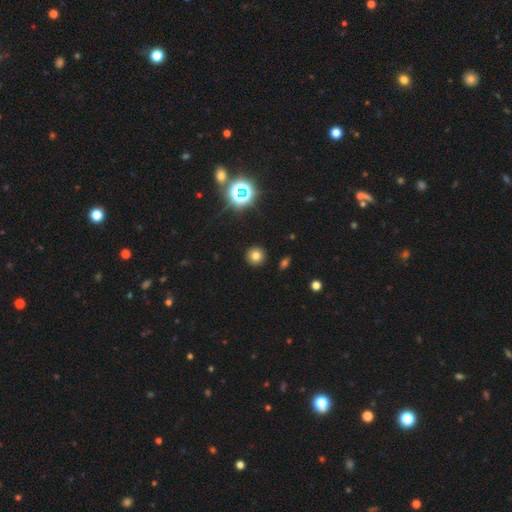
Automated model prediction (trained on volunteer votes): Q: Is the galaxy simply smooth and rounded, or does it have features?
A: smooth — 74%.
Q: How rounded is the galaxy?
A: round — 94%.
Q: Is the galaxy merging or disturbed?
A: none — 91%.